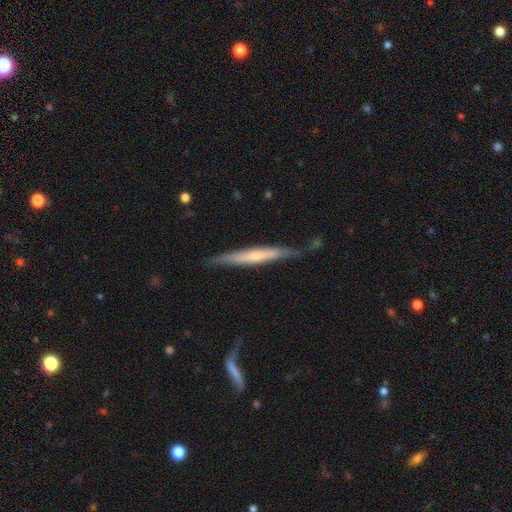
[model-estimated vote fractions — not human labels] featured or disk 55%, smooth 40%, star or artifact 5%. Down the decision tree: edge-on disk — yes (92%); edge-on bulge — none (50%); merging — none (74%).